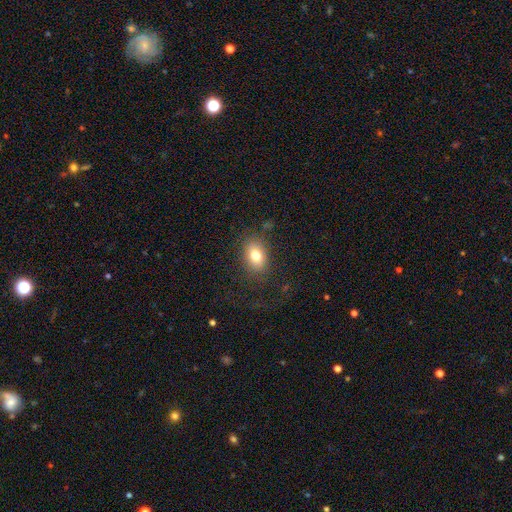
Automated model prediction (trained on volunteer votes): Smooth or featured: smooth — 78% (featured or disk — 12%)
How rounded: in between — 75% (round — 24%)
Merging: none — 81% (minor disturbance — 12%)